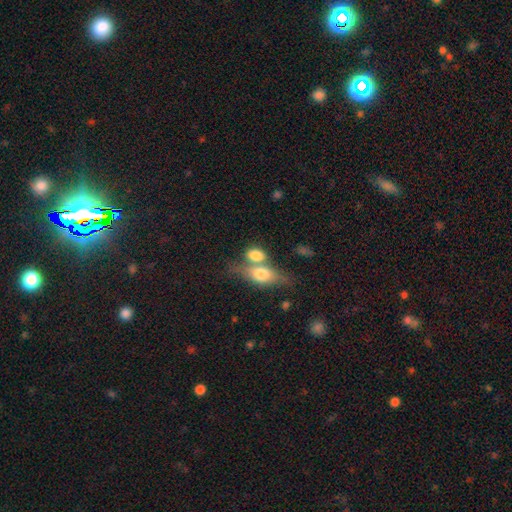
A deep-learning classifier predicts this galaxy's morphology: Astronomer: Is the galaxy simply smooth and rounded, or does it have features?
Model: smooth — 74%.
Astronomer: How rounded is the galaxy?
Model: in between — 73%.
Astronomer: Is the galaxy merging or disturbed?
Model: merger — 50% (runner-up: none, 34%).